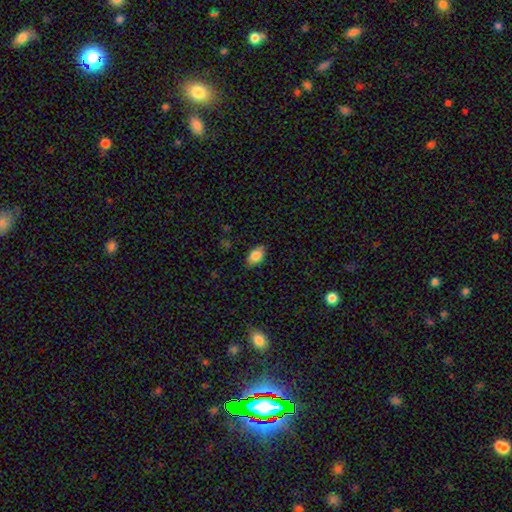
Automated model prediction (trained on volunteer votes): Smooth or featured?
  - smooth: 84% *
  - star or artifact: 8%
  - featured or disk: 8%
How rounded?
  - in between: 88% *
  - round: 10%
  - cigar-shaped: 2%
Merging?
  - none: 84% *
  - minor disturbance: 13%
  - major disturbance: 2%
  - merger: 1%